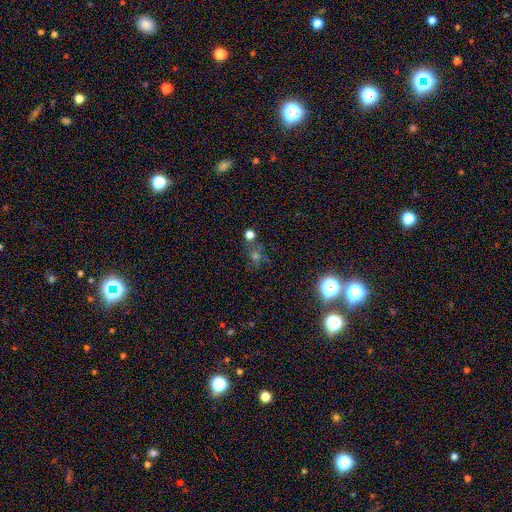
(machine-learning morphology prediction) Smooth or featured: star or artifact — 53% (smooth — 32%)